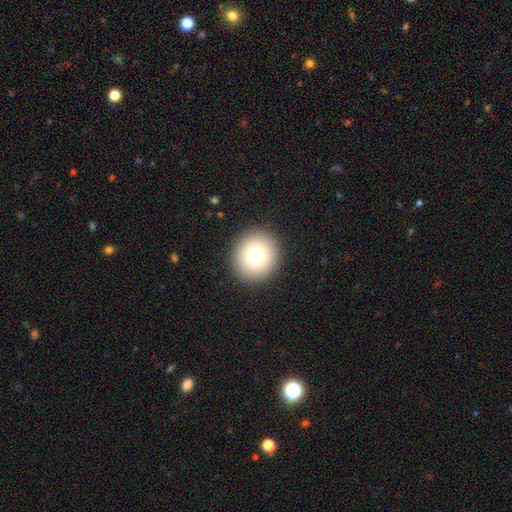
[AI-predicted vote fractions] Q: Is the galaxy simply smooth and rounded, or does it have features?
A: smooth — 75%.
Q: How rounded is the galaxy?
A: round — 90%.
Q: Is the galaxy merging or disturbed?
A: none — 91%.